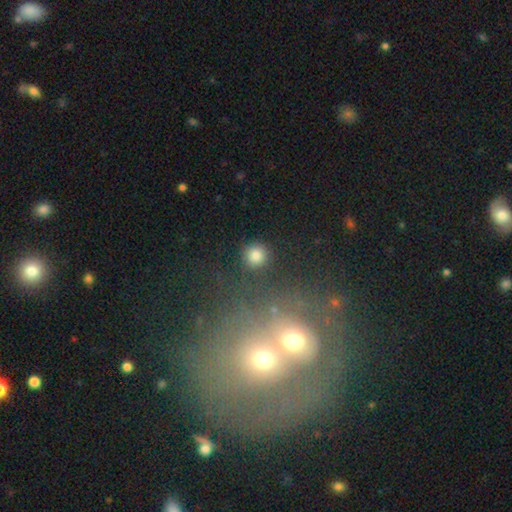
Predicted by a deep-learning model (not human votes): This appears to be a smooth galaxy with no disk features (81%) that is round (94%). Merging: none (87%).